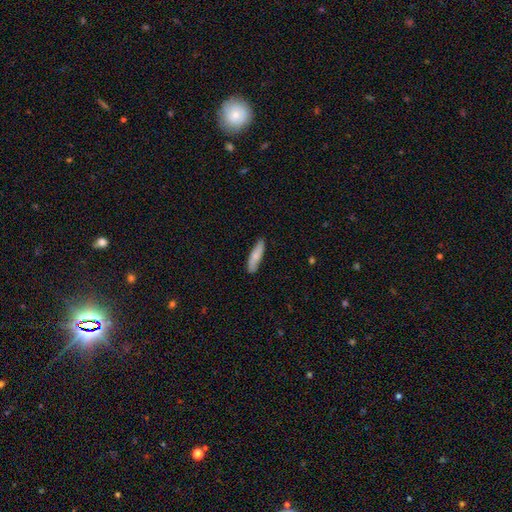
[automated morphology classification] This is likely a smooth galaxy (76%). How rounded: likely cigar-shaped (69%). Merging: clearly none (83%).